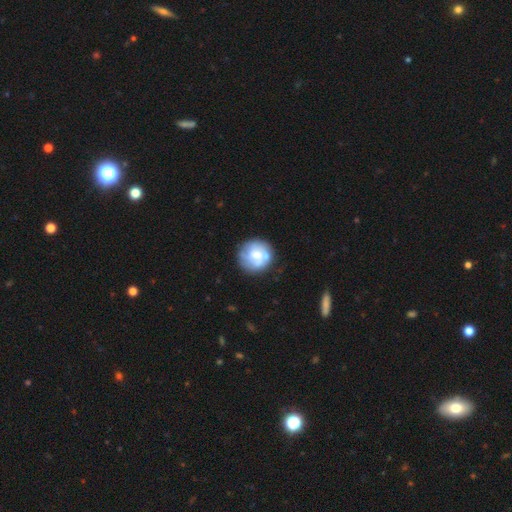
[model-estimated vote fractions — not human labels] Smooth or featured?
  - smooth: 56% *
  - featured or disk: 37%
  - star or artifact: 7%
How rounded?
  - round: 92% *
  - in between: 7%
  - cigar-shaped: 1%
Merging?
  - none: 70% *
  - minor disturbance: 17%
  - major disturbance: 6%
  - merger: 6%